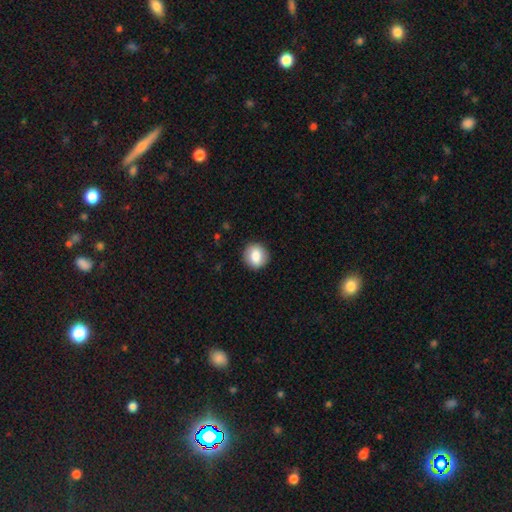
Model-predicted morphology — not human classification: Overall: smooth (82%). How rounded: round (86%). Merging: none (89%).